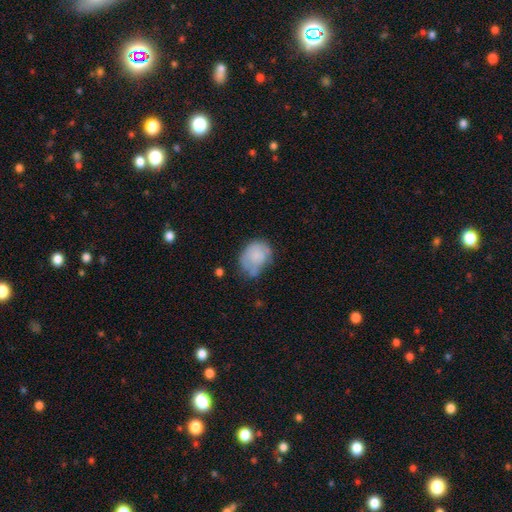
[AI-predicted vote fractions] A smooth galaxy with no disk features (65%) that is in between round and cigar-shaped (56%). Merging: none (42%).